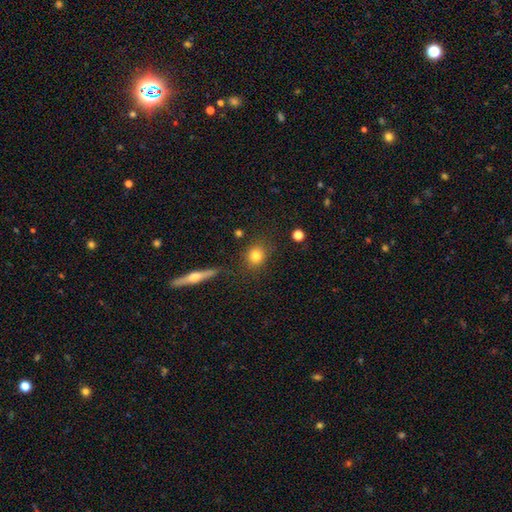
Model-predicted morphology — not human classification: type=smooth (81%); roundness=round (76%); merging=none (82%).